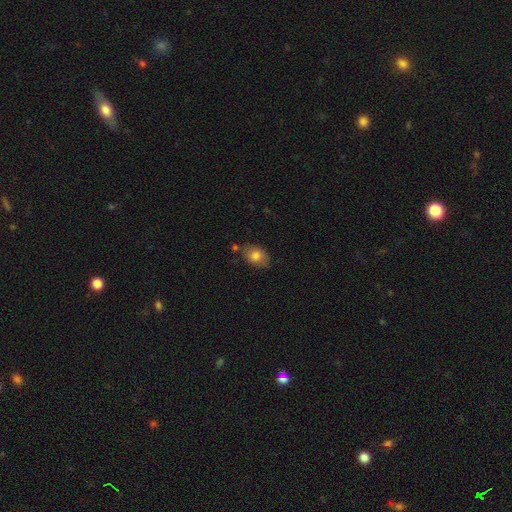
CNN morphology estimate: Smooth or featured?
  - smooth: 79% *
  - featured or disk: 12%
  - star or artifact: 8%
How rounded?
  - in between: 77% *
  - round: 22%
  - cigar-shaped: 1%
Merging?
  - none: 72% *
  - minor disturbance: 18%
  - merger: 6%
  - major disturbance: 4%